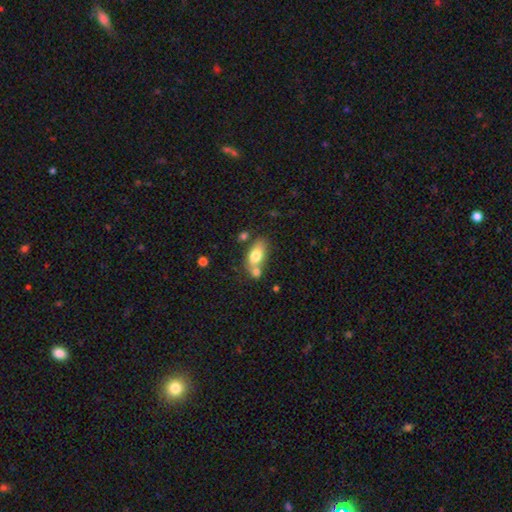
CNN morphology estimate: smooth 74%, featured or disk 18%, star or artifact 7%. Down the decision tree: how rounded — in between (86%); merging — none (45%).